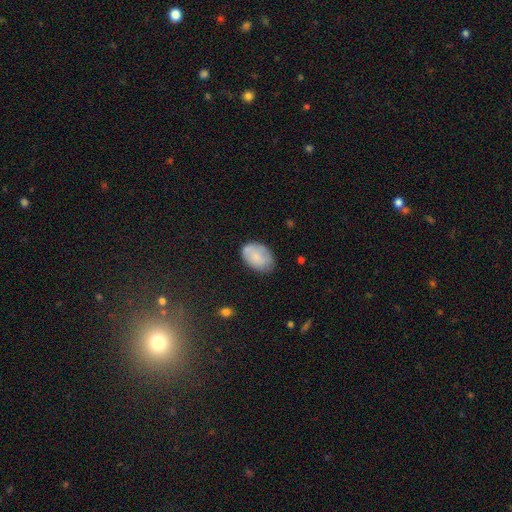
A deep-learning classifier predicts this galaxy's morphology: The model was most divided on "merging": none: 70%, minor disturbance: 23%, major disturbance: 5%, merger: 2%. More confident: how rounded — in between (89%); smooth or featured — smooth (78%).